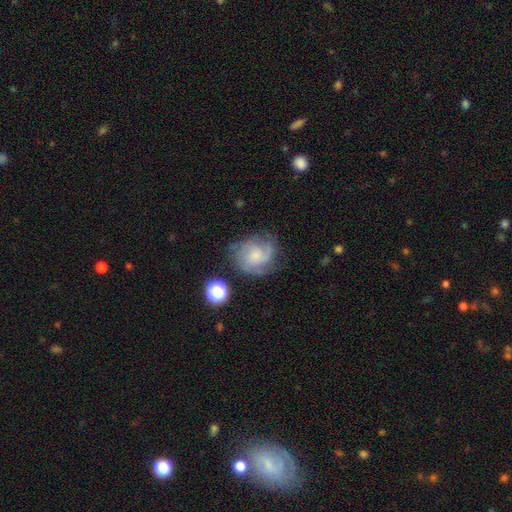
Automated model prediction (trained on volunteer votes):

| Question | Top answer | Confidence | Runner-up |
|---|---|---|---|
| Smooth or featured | featured or disk | 66% | smooth (25%) |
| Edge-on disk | no | 98% | yes (2%) |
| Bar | no | 70% | weak (27%) |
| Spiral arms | yes | 90% | no (10%) |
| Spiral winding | tight | 42% | tied: medium (42%) |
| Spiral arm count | can't tell | 30% | 3 (27%) |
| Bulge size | small | 52% | moderate (27%) |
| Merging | none | 62% | minor disturbance (22%) |